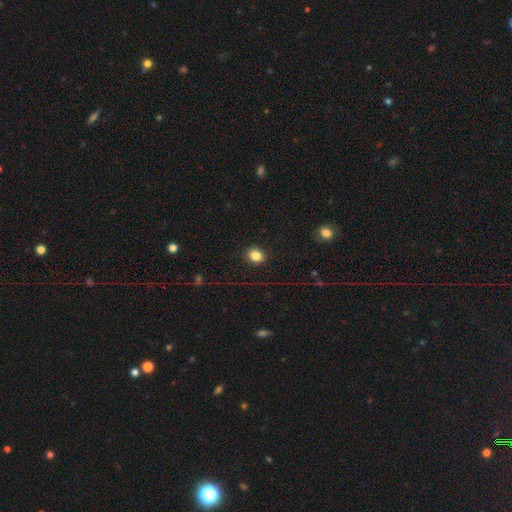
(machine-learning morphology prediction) Smooth or featured? smooth (83%)
How rounded? round (61%)
Merging? none (90%)